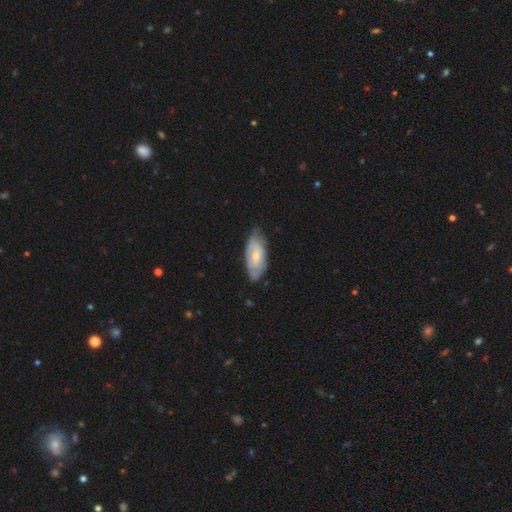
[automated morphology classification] This appears to be a smooth galaxy with no disk features (49%). Merging: none (66%).